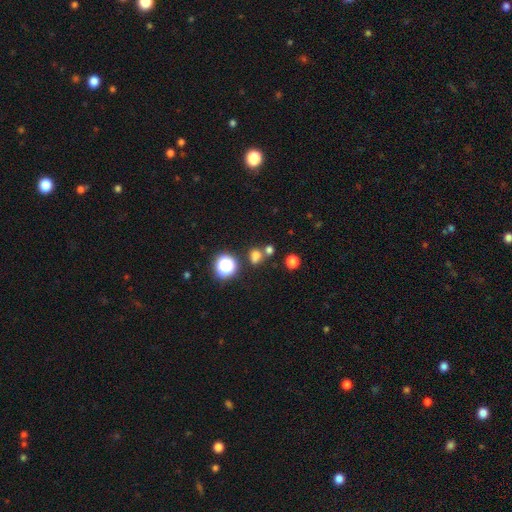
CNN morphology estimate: A smooth galaxy with no disk features (67%) that is round (65%). Merging: none (59%).